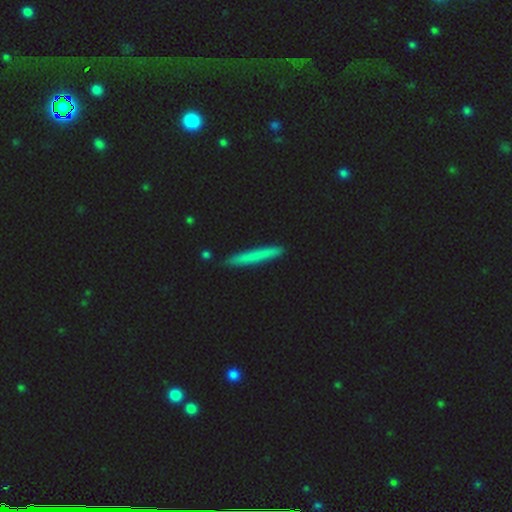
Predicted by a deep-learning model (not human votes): This is likely a smooth galaxy (73%). How rounded: clearly cigar-shaped (96%). Merging: clearly none (89%).